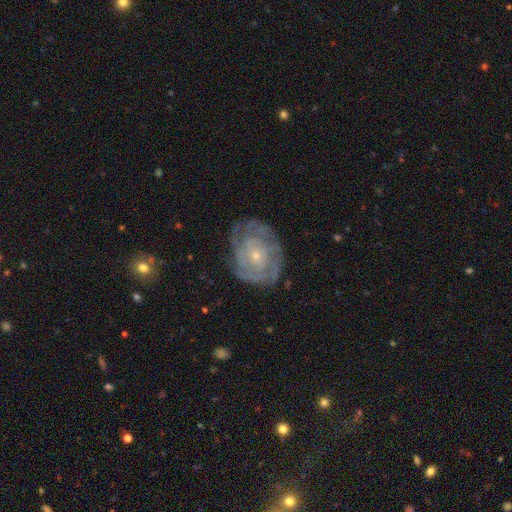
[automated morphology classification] smooth_or_featured: featured or disk (p=0.80) [alt: smooth p=0.13]
disk_edge_on: no (p=0.97) [alt: yes p=0.03]
bar: no (p=0.77) [alt: weak p=0.19]
has_spiral_arms: yes (p=0.89) [alt: no p=0.11]
spiral_winding: tight (p=0.72) [alt: medium p=0.22]
spiral_arm_count: can't tell (p=0.44) [alt: 2 p=0.18]
bulge_size: small (p=0.77) [alt: moderate p=0.19]
merging: none (p=0.68) [alt: minor disturbance p=0.21]